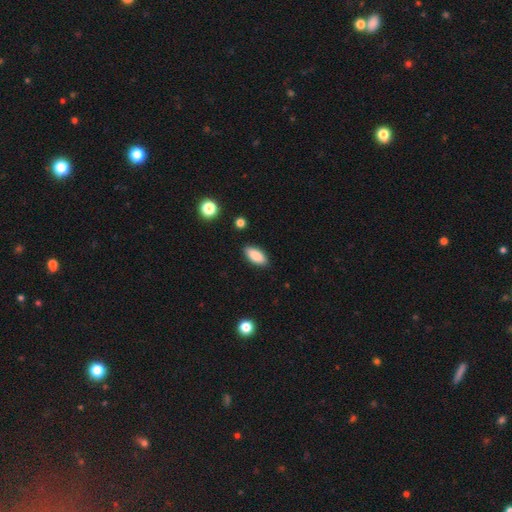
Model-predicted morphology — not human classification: This appears to be a smooth galaxy with no disk features (87%) that is in between round and cigar-shaped (88%). Merging: none (88%).